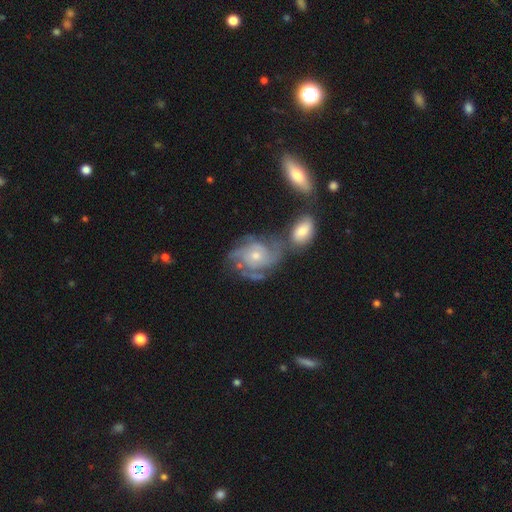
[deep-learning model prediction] The model was most divided on "merging": none: 36%, merger: 34%, minor disturbance: 18%, major disturbance: 13%. Remaining: edge-on disk — no (98%); spiral arms — yes (94%); smooth or featured — featured or disk (82%); bar — no (78%); spiral winding — tight (49%); bulge size — moderate (48%); spiral arm count — 3 (34%).